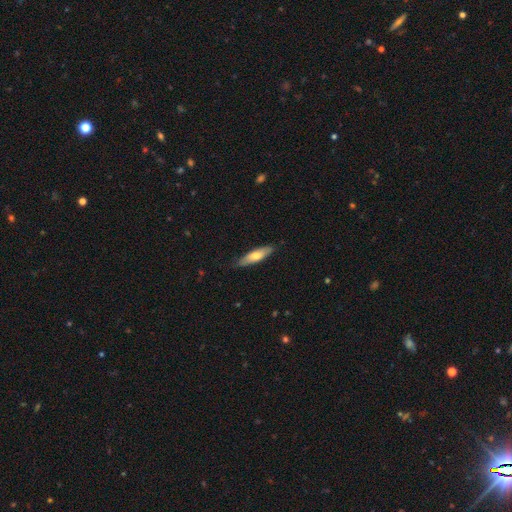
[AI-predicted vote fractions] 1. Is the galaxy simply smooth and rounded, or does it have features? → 63% smooth, 32% featured or disk, 5% star or artifact.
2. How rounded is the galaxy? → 60% cigar-shaped, 38% in between, 2% round.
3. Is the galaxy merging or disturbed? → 82% none, 15% minor disturbance, 2% major disturbance, 1% merger.